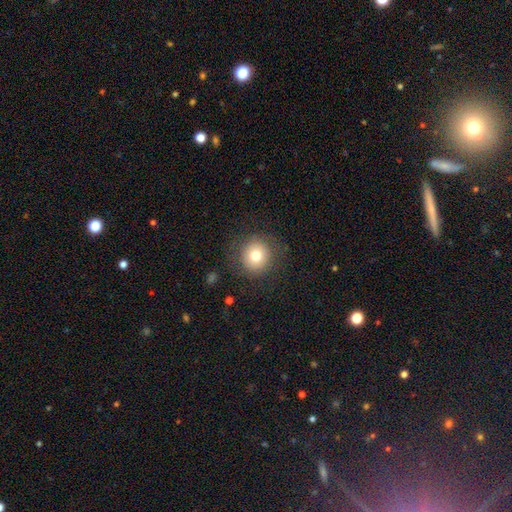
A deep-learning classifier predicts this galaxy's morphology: This is likely a smooth galaxy (76%). How rounded: clearly round (93%). Merging: clearly none (85%).